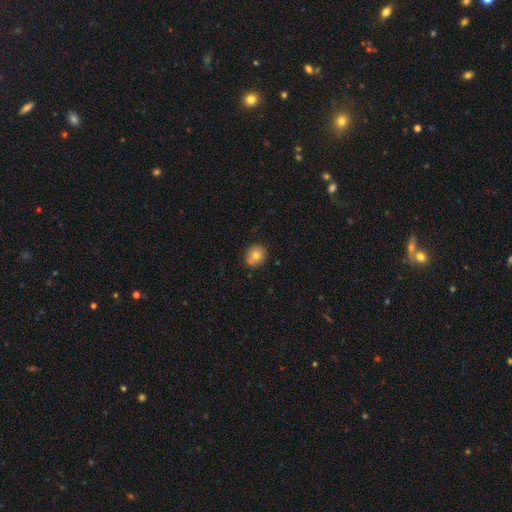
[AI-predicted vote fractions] The model was most divided on "how rounded": round: 79%, in between: 20%, cigar-shaped: 1%. More confident: smooth or featured — smooth (80%); merging — none (78%).